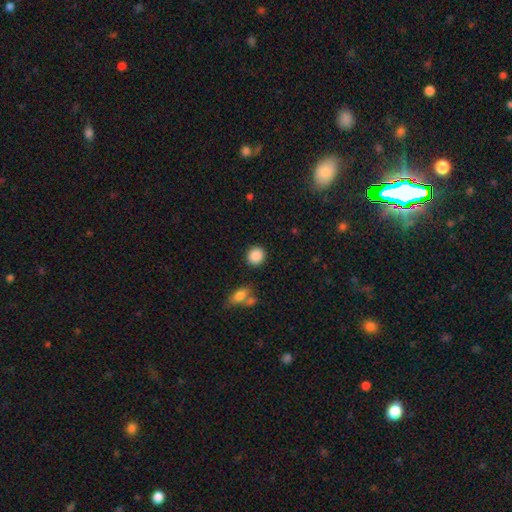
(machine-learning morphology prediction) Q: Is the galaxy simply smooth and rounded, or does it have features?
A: smooth — 88%.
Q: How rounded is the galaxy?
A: round — 85%.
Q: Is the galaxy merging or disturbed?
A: none — 86%.